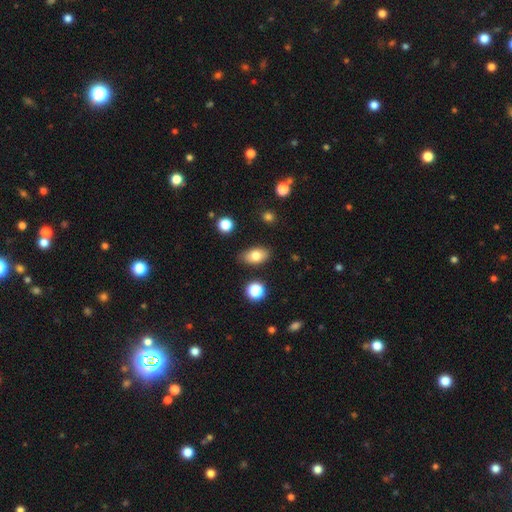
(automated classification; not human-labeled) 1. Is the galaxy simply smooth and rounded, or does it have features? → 79% smooth, 12% featured or disk, 9% star or artifact.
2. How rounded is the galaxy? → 89% in between, 9% round, 3% cigar-shaped.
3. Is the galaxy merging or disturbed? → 83% none, 12% minor disturbance, 3% merger, 3% major disturbance.